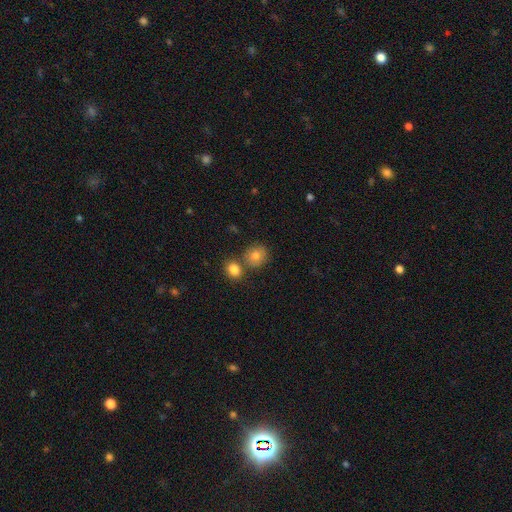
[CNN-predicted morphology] Smooth or featured?
  - smooth: 80% *
  - star or artifact: 11%
  - featured or disk: 9%
How rounded?
  - round: 75% *
  - in between: 24%
  - cigar-shaped: 1%
Merging?
  - none: 65% *
  - merger: 23%
  - minor disturbance: 10%
  - major disturbance: 3%